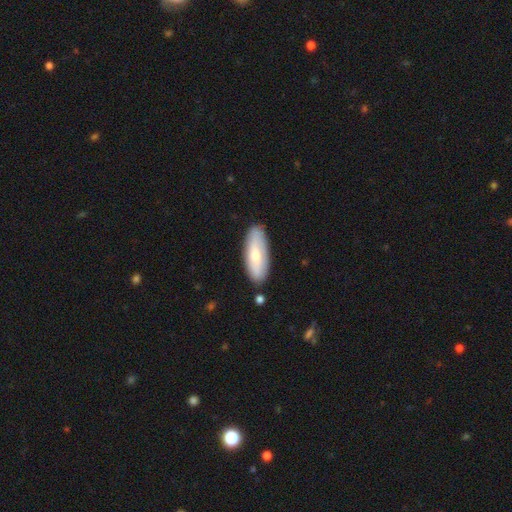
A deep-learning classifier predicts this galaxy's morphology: type=smooth (64%); roundness=in between (66%); merging=none (83%).